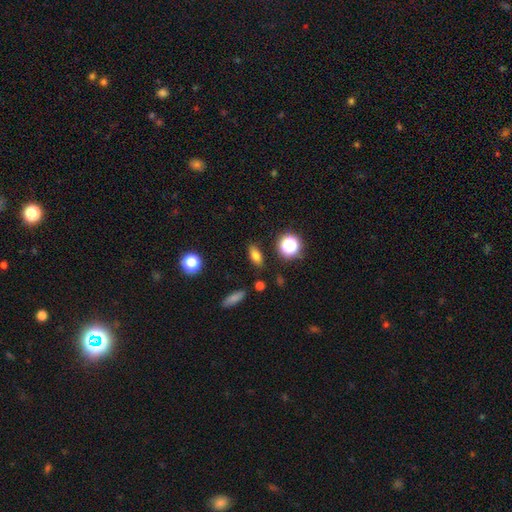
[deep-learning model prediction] A smooth galaxy with no disk features (74%) that is in between round and cigar-shaped (74%).

Vote fractions:
- Smooth or featured? smooth: 74% / star or artifact: 14% / featured or disk: 12%
- How rounded? in between: 74% / cigar-shaped: 13% / round: 13%
- Merging? none: 85% / minor disturbance: 10% / merger: 3% / major disturbance: 3%